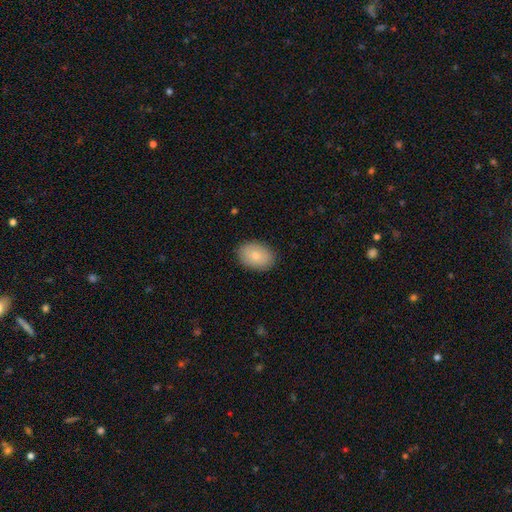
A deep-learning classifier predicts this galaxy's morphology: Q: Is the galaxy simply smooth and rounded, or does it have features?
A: smooth — 81%.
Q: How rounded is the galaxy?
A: in between — 82%.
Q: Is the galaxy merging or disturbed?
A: none — 87%.